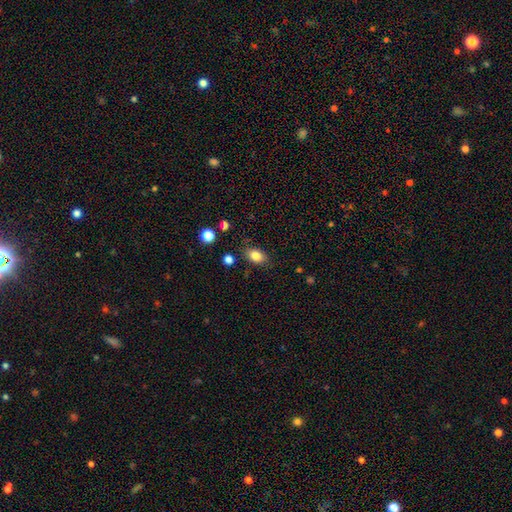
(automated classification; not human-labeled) The model was most divided on "how rounded": in between: 82%, round: 16%, cigar-shaped: 2%. More confident: smooth or featured — smooth (83%); merging — none (82%).